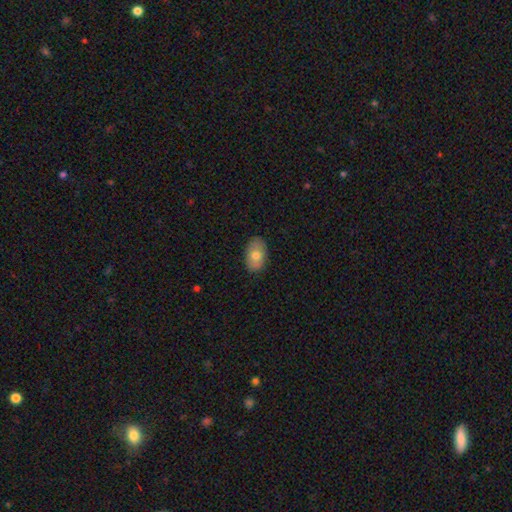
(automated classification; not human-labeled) This appears to be a smooth galaxy with no disk features (73%) that is in between round and cigar-shaped (90%). Merging: none (85%).